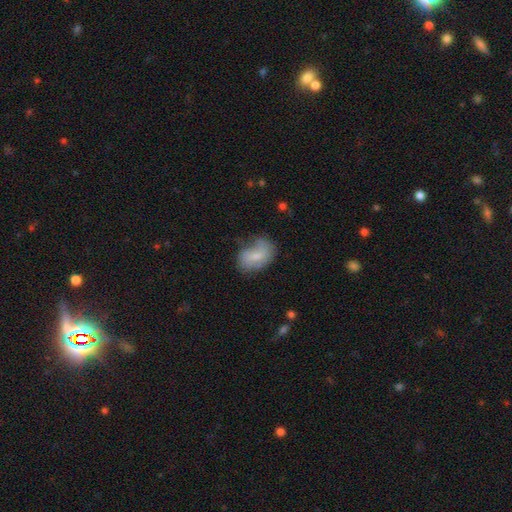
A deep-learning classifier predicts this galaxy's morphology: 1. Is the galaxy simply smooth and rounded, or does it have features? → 62% smooth, 30% featured or disk, 8% star or artifact.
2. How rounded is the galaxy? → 86% in between, 13% round, 1% cigar-shaped.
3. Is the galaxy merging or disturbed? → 47% none, 33% minor disturbance, 15% major disturbance, 4% merger.